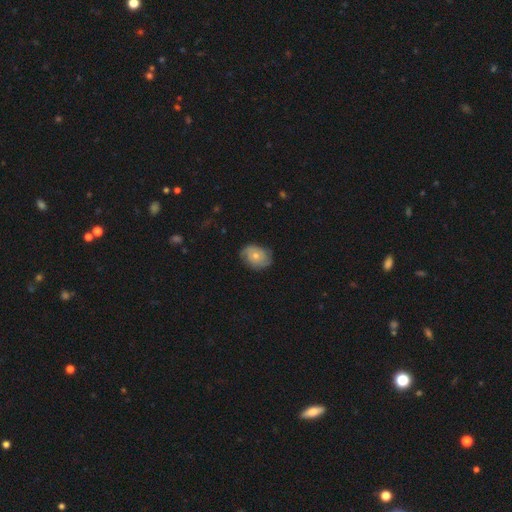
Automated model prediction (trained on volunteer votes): featured or disk 47%, smooth 45%, star or artifact 8%. Down the decision tree: merging — none (70%).